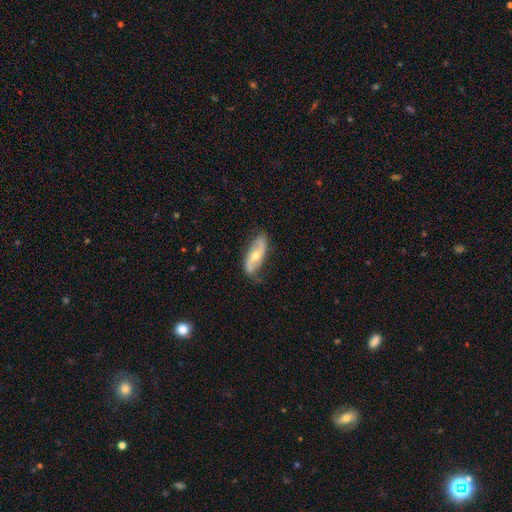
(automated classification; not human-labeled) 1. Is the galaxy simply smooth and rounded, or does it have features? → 72% featured or disk, 23% smooth, 5% star or artifact.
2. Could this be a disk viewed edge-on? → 88% no, 12% yes.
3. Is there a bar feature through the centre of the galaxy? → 54% no, 31% weak, 15% strong.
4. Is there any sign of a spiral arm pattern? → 89% yes, 11% no.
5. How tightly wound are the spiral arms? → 68% loose, 23% medium, 9% tight.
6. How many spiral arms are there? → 90% 2, 5% can't tell, 2% 1, 1% 3, 1% 4, 1% more than 4.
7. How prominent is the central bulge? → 60% moderate, 36% small, 2% large, 1% none, 1% dominant.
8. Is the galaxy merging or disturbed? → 74% none, 20% minor disturbance, 5% major disturbance, 2% merger.